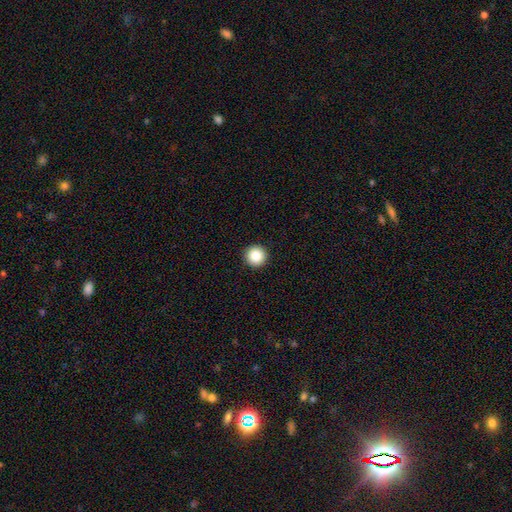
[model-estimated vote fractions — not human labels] Q: Smooth or featured?
A: smooth (86%); runner-up: star or artifact (10%)
Q: How rounded?
A: round (97%); runner-up: in between (3%)
Q: Merging?
A: none (93%); runner-up: minor disturbance (4%)